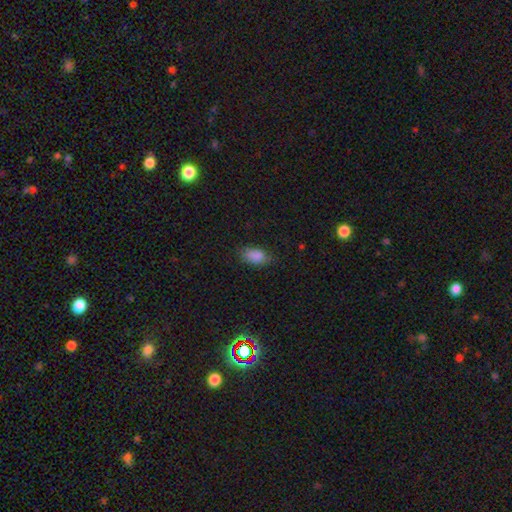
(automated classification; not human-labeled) Smooth or featured?
  - smooth: 87% *
  - star or artifact: 8%
  - featured or disk: 5%
How rounded?
  - in between: 91% *
  - round: 6%
  - cigar-shaped: 3%
Merging?
  - none: 76% *
  - minor disturbance: 19%
  - major disturbance: 4%
  - merger: 1%